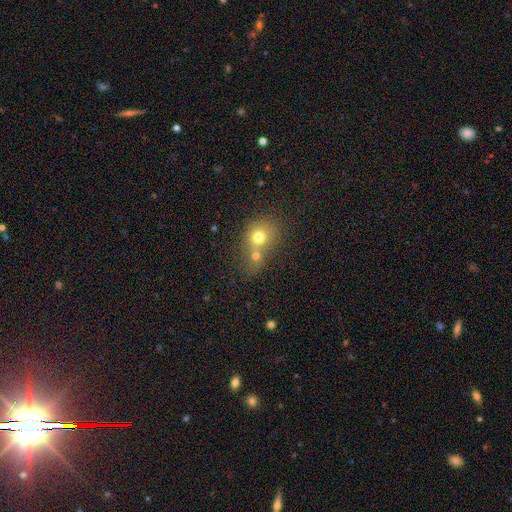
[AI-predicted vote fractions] Smooth or featured? smooth (69%)
How rounded? round (72%)
Merging? merger (64%)